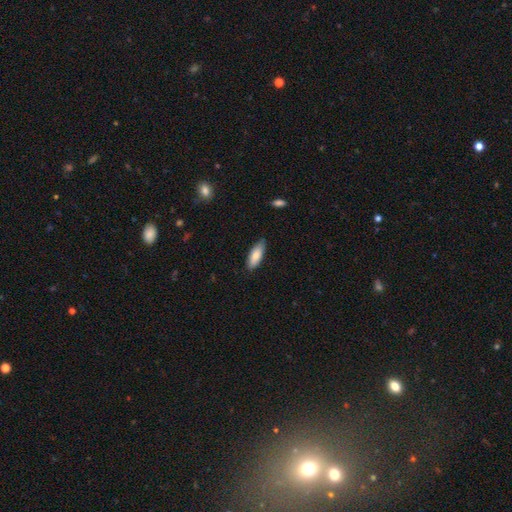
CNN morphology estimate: smooth-or-featured: smooth: 81% | featured or disk: 13% | star or artifact: 6%
  how-rounded: in between: 70% | cigar-shaped: 28% | round: 2%
  merging: none: 80% | minor disturbance: 17% | major disturbance: 2% | merger: 1%